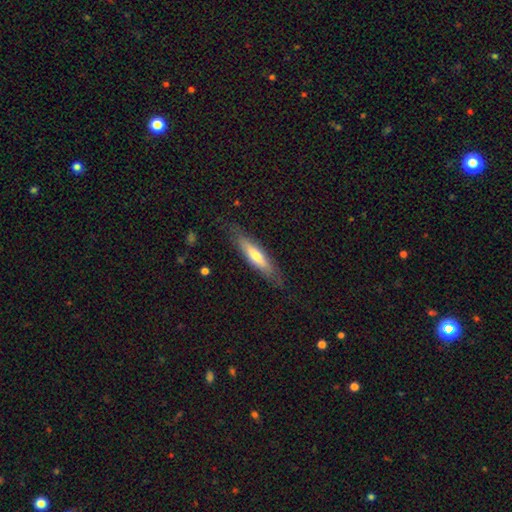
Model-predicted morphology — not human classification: The model was most divided on "smooth or featured": smooth: 58%, featured or disk: 36%, star or artifact: 6%. More confident: merging — none (81%); how rounded — cigar-shaped (78%).